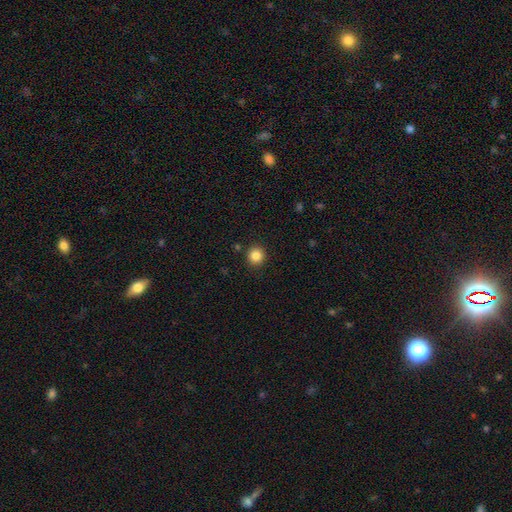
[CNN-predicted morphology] Smooth or featured? smooth (85%)
How rounded? round (93%)
Merging? none (91%)